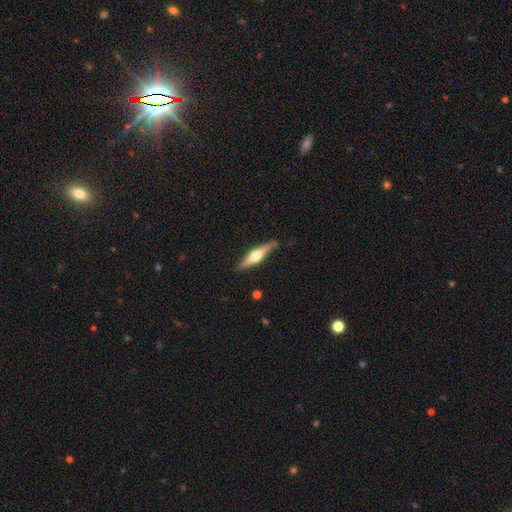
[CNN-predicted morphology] type=featured or disk (68%); edge-on=yes (97%); edge-on bulge=rounded (94%); merging=none (85%).